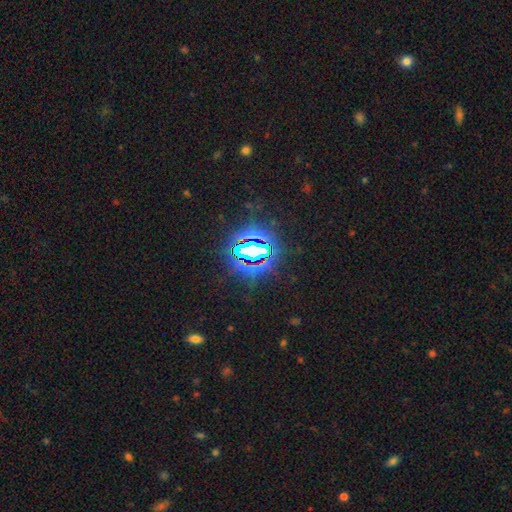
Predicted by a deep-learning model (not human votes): smooth_or_featured: star or artifact (p=0.79) [alt: smooth p=0.11]